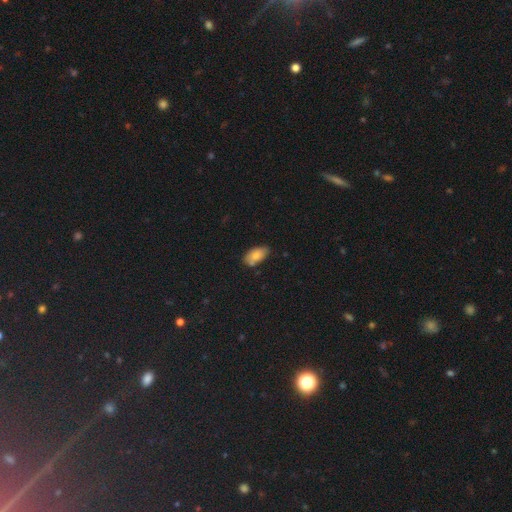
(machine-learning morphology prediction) Overall: smooth (82%). How rounded: in between (93%). Merging: none (73%).